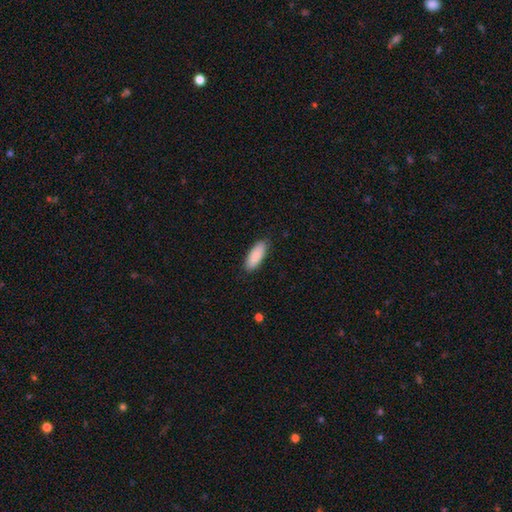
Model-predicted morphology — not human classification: The model was most divided on "how rounded": in between: 73%, cigar-shaped: 26%, round: 2%. More confident: smooth or featured — smooth (88%); merging — none (88%).